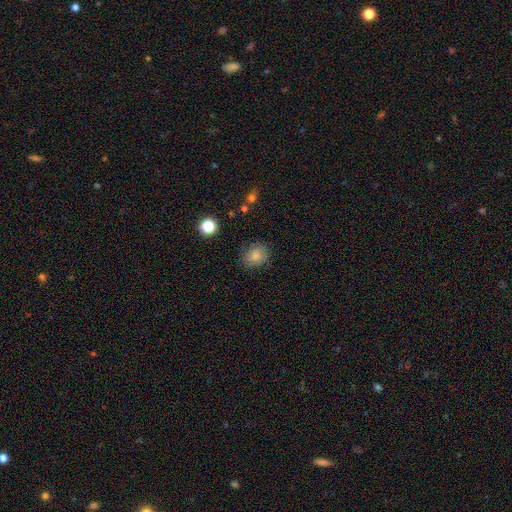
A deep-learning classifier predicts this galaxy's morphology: smooth-or-featured: smooth: 80% | star or artifact: 11% | featured or disk: 10%
  how-rounded: round: 67% | in between: 32% | cigar-shaped: 1%
  merging: none: 80% | minor disturbance: 14% | major disturbance: 4% | merger: 1%